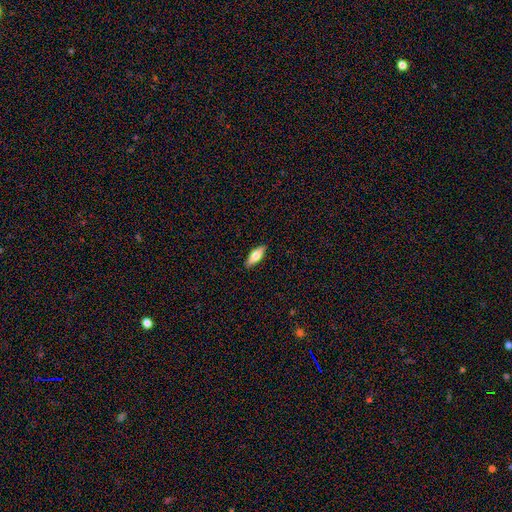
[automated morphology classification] The model was most divided on "how rounded": in between: 61%, cigar-shaped: 36%, round: 3%. More confident: merging — none (90%); smooth or featured — smooth (61%).